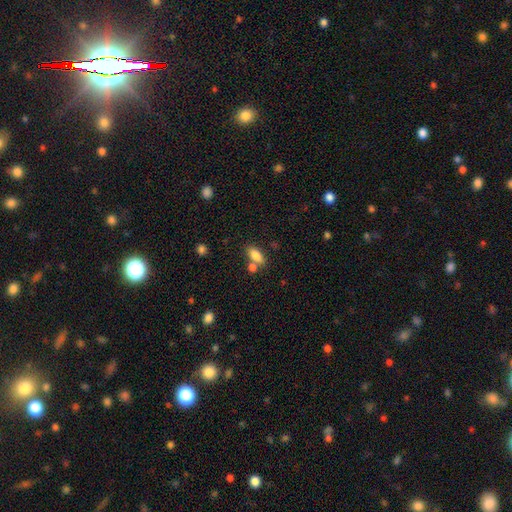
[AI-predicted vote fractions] Smooth or featured? Predicted: smooth (p=0.82). How rounded? Predicted: in between (p=0.83). Merging? Predicted: none (p=0.59).